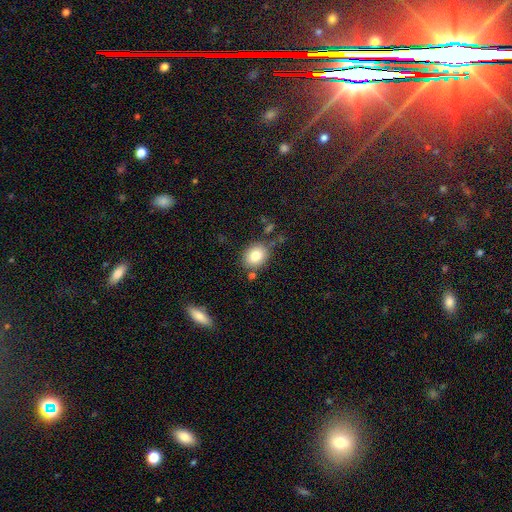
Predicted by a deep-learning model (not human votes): smooth_or_featured: smooth (p=0.81) [alt: featured or disk p=0.09]
how_rounded: round (p=0.54) [alt: in between p=0.45]
merging: none (p=0.76) [alt: minor disturbance p=0.13]